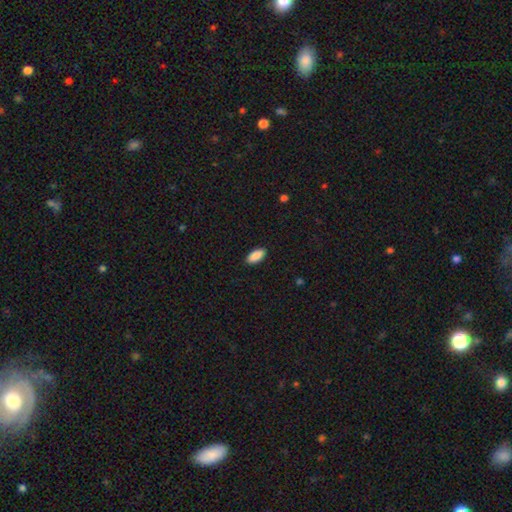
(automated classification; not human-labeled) smooth 90%, star or artifact 6%, featured or disk 4%. Down the decision tree: how rounded — in between (88%); merging — none (90%).